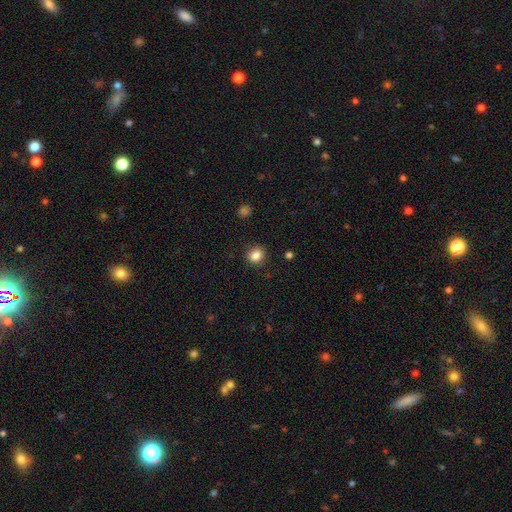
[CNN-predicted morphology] This appears to be a smooth galaxy with no disk features (85%) that is round (76%). Merging: none (88%).